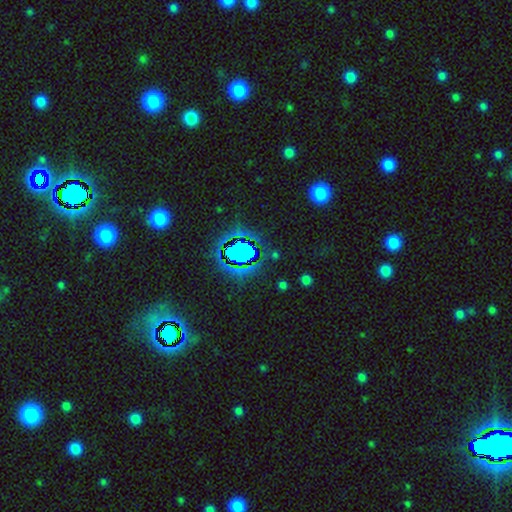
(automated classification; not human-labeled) smooth_or_featured: star or artifact (p=0.79) [alt: smooth p=0.12]